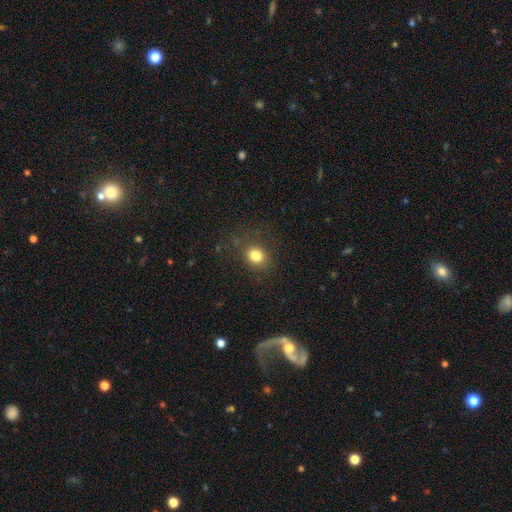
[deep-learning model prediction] Smooth or featured?
  - smooth: 81% *
  - star or artifact: 13%
  - featured or disk: 6%
How rounded?
  - round: 69% *
  - in between: 30%
  - cigar-shaped: 1%
Merging?
  - none: 82% *
  - minor disturbance: 12%
  - major disturbance: 5%
  - merger: 1%